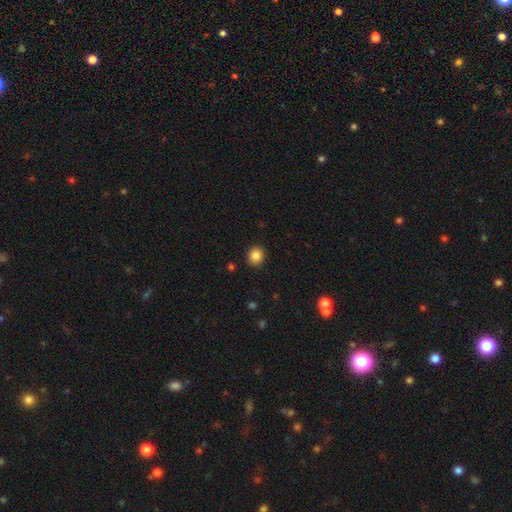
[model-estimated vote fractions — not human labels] Smooth or featured?
  - smooth: 86% *
  - star or artifact: 10%
  - featured or disk: 4%
How rounded?
  - round: 82% *
  - in between: 17%
  - cigar-shaped: 1%
Merging?
  - none: 92% *
  - minor disturbance: 6%
  - major disturbance: 2%
  - merger: 1%